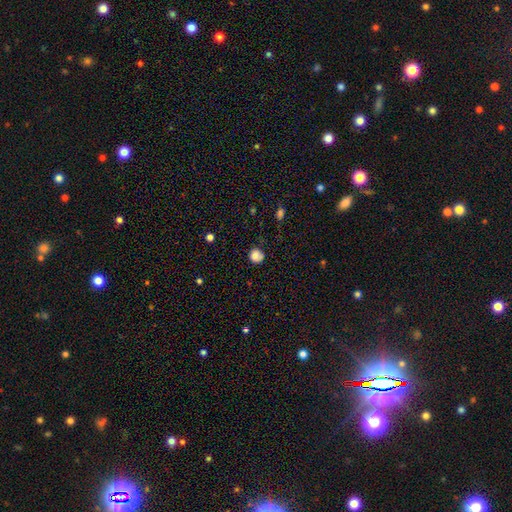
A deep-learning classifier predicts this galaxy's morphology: Q: Smooth or featured?
A: smooth (83%); runner-up: star or artifact (11%)
Q: How rounded?
A: round (86%); runner-up: in between (13%)
Q: Merging?
A: none (72%); runner-up: minor disturbance (21%)